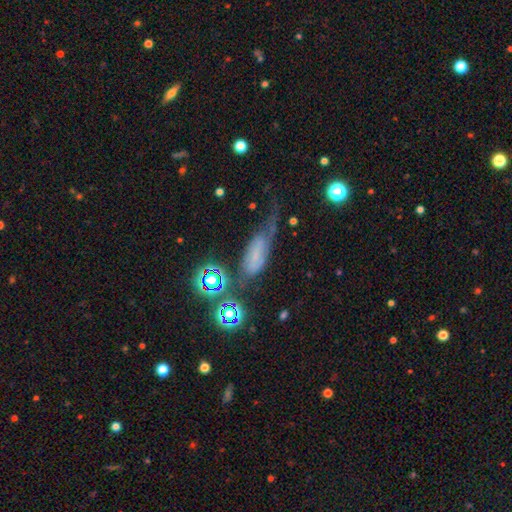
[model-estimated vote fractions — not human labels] A smooth galaxy with no disk features (39%).

Vote fractions:
- Smooth or featured? smooth: 39% / featured or disk: 38% / star or artifact: 22%
- Merging? none: 34% / major disturbance: 31% / minor disturbance: 27% / merger: 8%